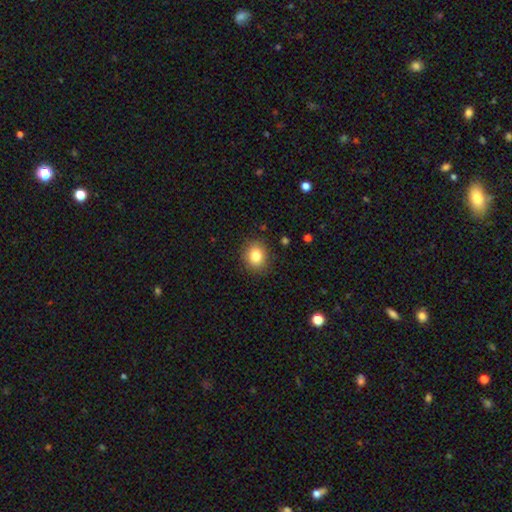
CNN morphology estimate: Smooth or featured?
  - smooth: 83% *
  - star or artifact: 10%
  - featured or disk: 7%
How rounded?
  - round: 65% *
  - in between: 34%
  - cigar-shaped: 1%
Merging?
  - none: 87% *
  - minor disturbance: 9%
  - major disturbance: 3%
  - merger: 1%